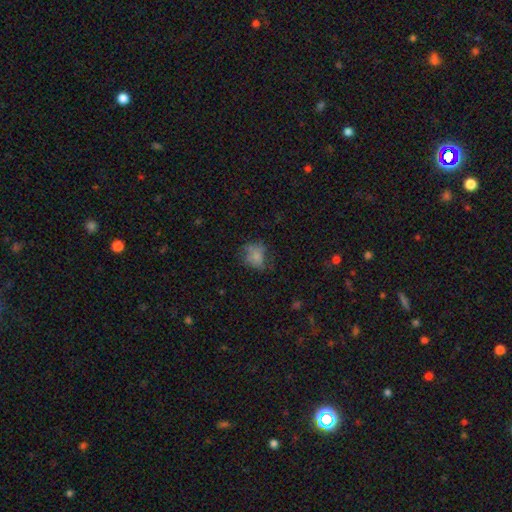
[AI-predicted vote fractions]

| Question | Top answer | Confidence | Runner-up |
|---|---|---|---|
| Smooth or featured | smooth | 70% | featured or disk (17%) |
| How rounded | round | 56% | in between (43%) |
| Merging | none | 52% | minor disturbance (27%) |